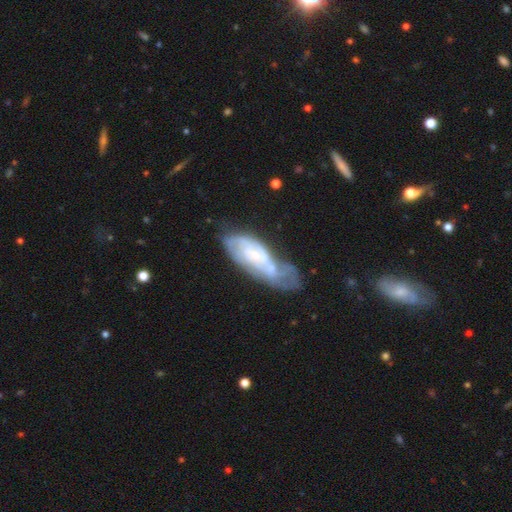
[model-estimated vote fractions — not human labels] Smooth or featured: featured or disk — 67% (smooth — 26%)
Edge-on disk: no — 90% (yes — 10%)
Bar: no — 68% (weak — 26%)
Spiral arms: yes — 68% (no — 32%)
Bulge size: small — 69% (moderate — 21%)
Merging: none — 31% (minor disturbance — 28%)